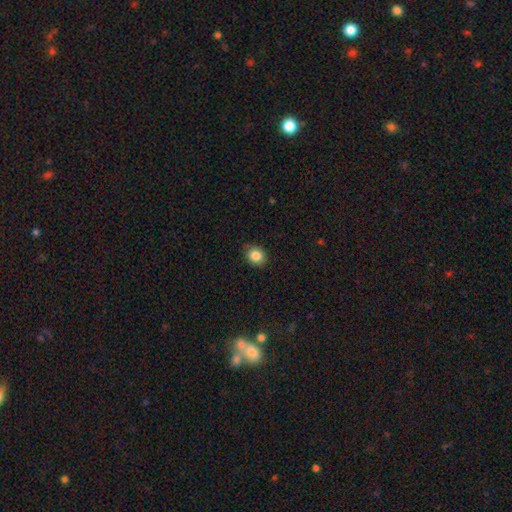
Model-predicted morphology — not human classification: Overall: smooth (85%). How rounded: round (66%; in between 33%). Merging: none (86%).